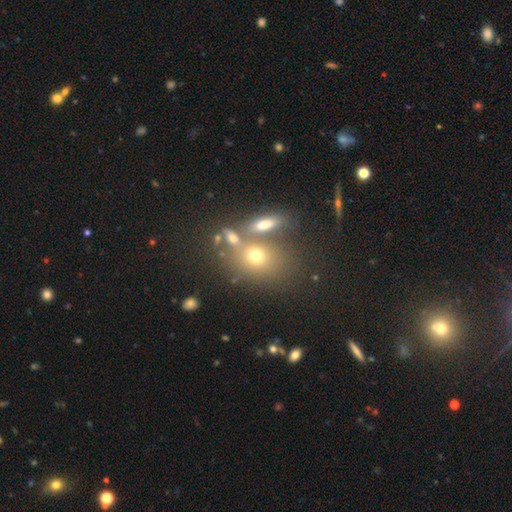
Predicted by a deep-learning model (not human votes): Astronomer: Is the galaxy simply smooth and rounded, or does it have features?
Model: smooth — 63%.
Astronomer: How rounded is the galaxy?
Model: round — 49% (runner-up: in between, 46%).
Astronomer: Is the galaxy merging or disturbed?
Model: none — 48% (runner-up: merger, 35%).